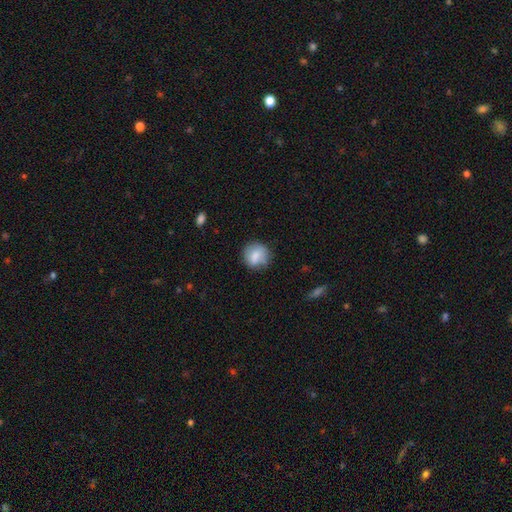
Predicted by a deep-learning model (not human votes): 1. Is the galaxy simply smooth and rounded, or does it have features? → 79% smooth, 13% featured or disk, 8% star or artifact.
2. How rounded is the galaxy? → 85% round, 14% in between, 1% cigar-shaped.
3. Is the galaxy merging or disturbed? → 76% none, 18% minor disturbance, 4% major disturbance, 2% merger.